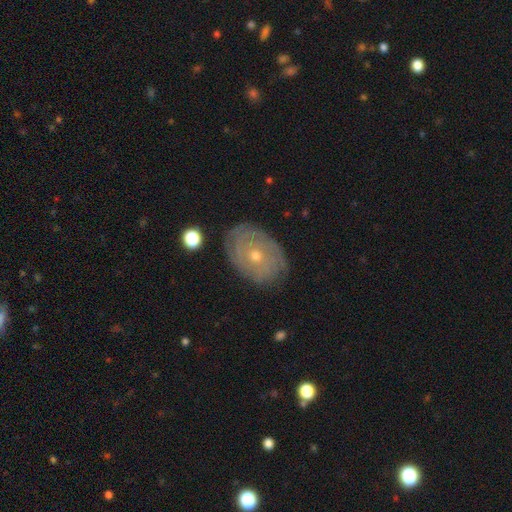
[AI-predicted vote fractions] Morphology: type=featured or disk (72%); edge-on=no (95%); bar=no (86%); spiral arms=yes (77%); winding=tight (81%); arm count=can't tell (59%); bulge=small (60%); merging=none (81%).